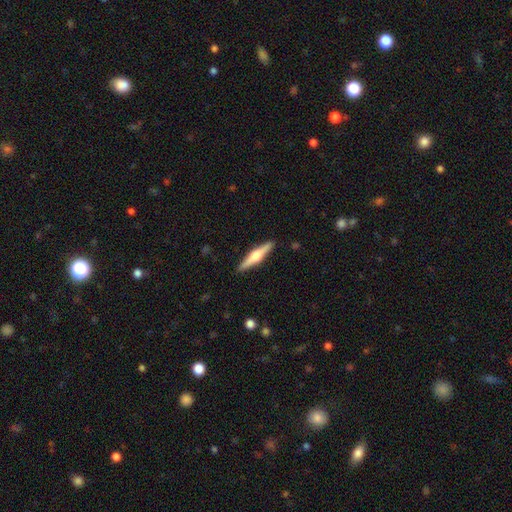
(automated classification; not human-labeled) smooth_or_featured: featured or disk (p=0.66) [alt: smooth p=0.29]
disk_edge_on: yes (p=0.98) [alt: no p=0.02]
edge_on_bulge: rounded (p=0.91) [alt: boxy p=0.07]
merging: none (p=0.91) [alt: minor disturbance p=0.07]